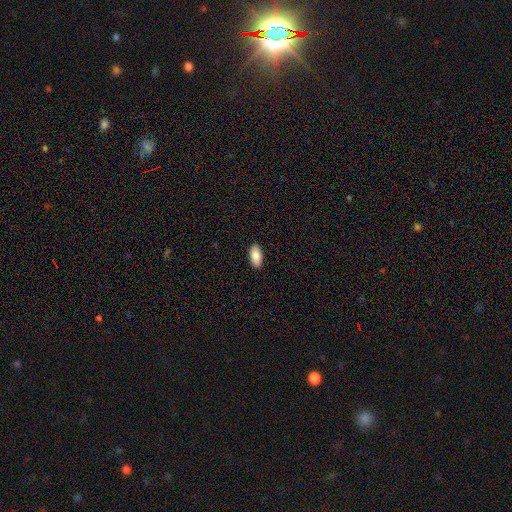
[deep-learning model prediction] Overall: smooth (87%). How rounded: in between (94%). Merging: none (90%).